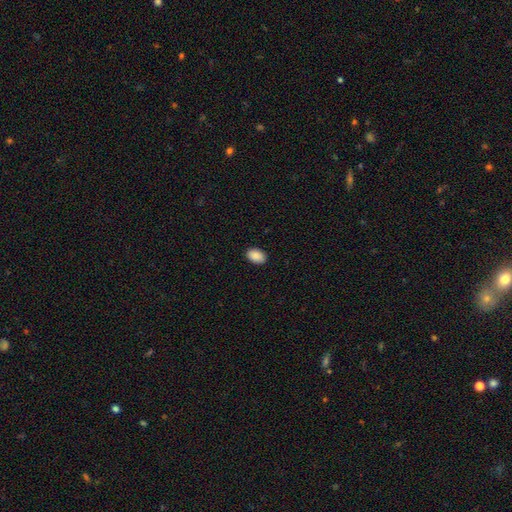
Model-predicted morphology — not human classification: Smooth or featured?
  - smooth: 90% *
  - star or artifact: 7%
  - featured or disk: 3%
How rounded?
  - in between: 87% *
  - round: 12%
  - cigar-shaped: 1%
Merging?
  - none: 90% *
  - minor disturbance: 8%
  - major disturbance: 2%
  - merger: 1%